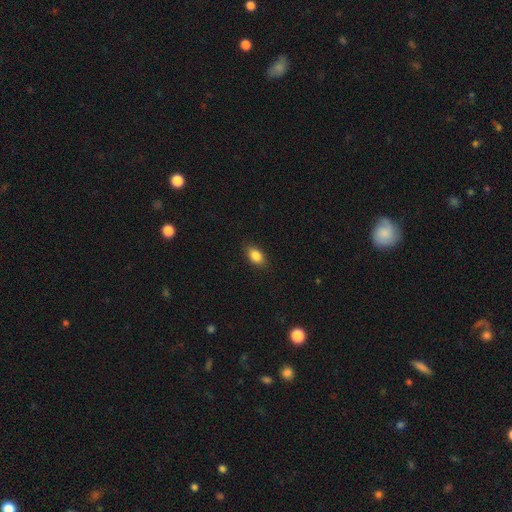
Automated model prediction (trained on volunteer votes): This appears to be a smooth galaxy with no disk features (86%) that is in between round and cigar-shaped (86%). Merging: none (86%).